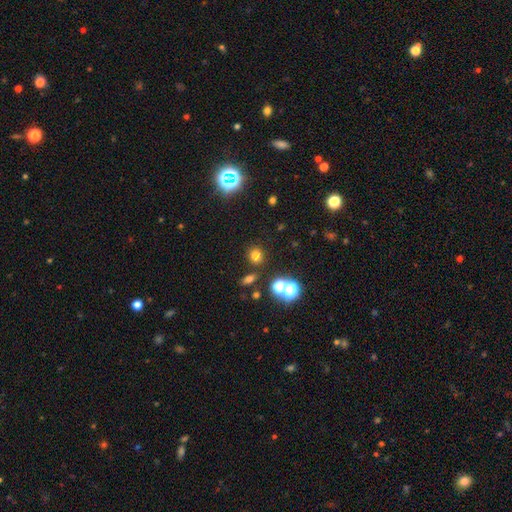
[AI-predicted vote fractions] smooth 71%, star or artifact 22%, featured or disk 7%. Down the decision tree: how rounded — round (81%); merging — none (79%).